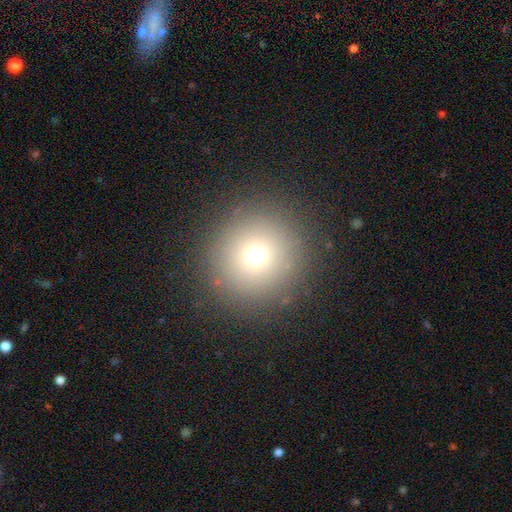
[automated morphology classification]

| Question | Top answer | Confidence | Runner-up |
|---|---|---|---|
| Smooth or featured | smooth | 68% | star or artifact (22%) |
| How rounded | round | 95% | in between (4%) |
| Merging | none | 89% | minor disturbance (5%) |